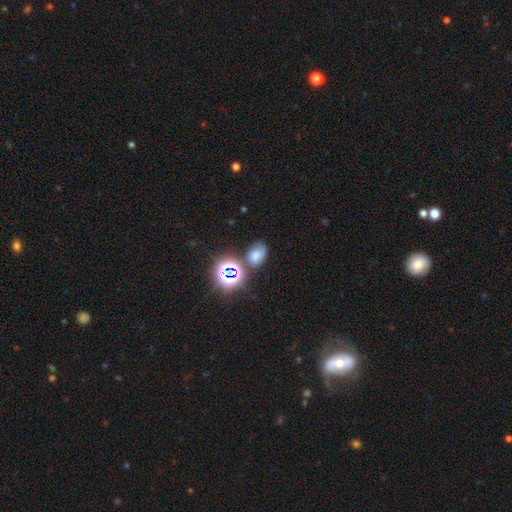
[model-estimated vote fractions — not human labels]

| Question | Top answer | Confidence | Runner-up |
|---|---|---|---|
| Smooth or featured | smooth | 62% | star or artifact (26%) |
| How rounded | in between | 70% | round (29%) |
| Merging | none | 62% | minor disturbance (20%) |